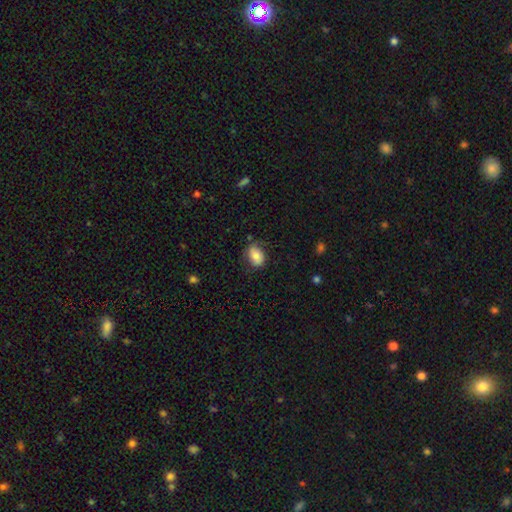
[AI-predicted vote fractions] This appears to be a smooth galaxy with no disk features (80%) that is in between round and cigar-shaped (82%). Merging: none (72%).